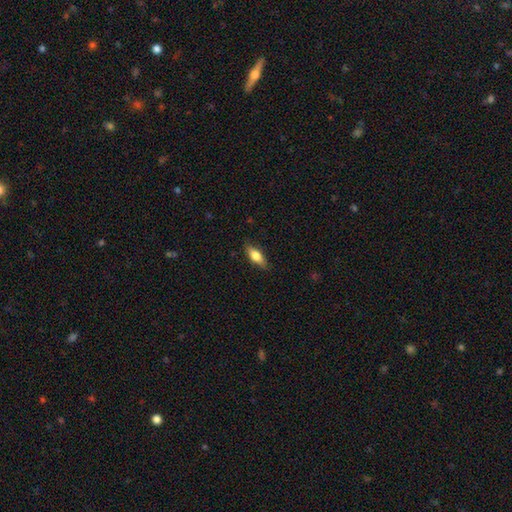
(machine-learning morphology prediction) type=smooth (68%); roundness=in between (67%); merging=none (84%).